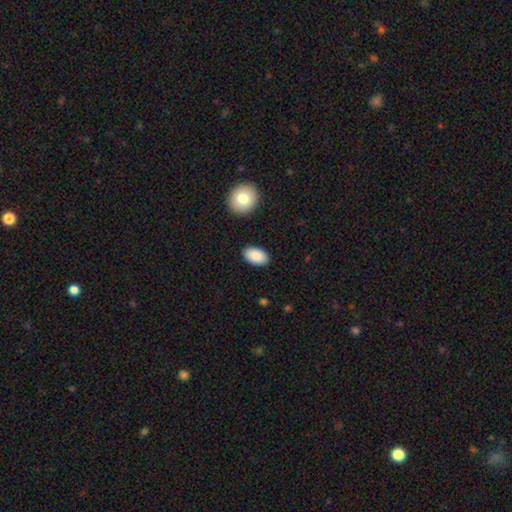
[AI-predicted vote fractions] This appears to be a smooth galaxy with no disk features (88%) that is in between round and cigar-shaped (93%). Merging: none (88%).